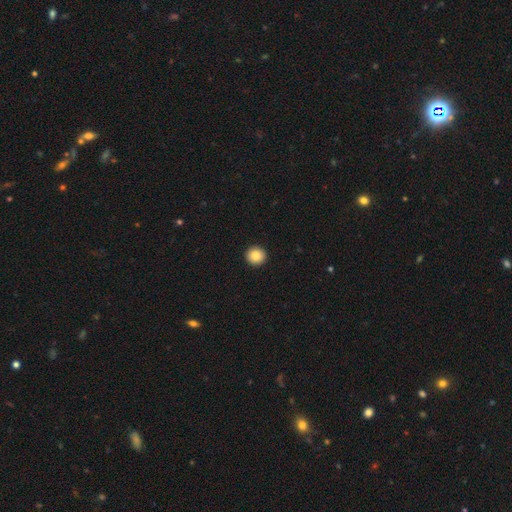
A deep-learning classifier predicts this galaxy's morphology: Smooth or featured? Predicted: smooth (p=0.86). How rounded? Predicted: round (p=0.93). Merging? Predicted: none (p=0.94).